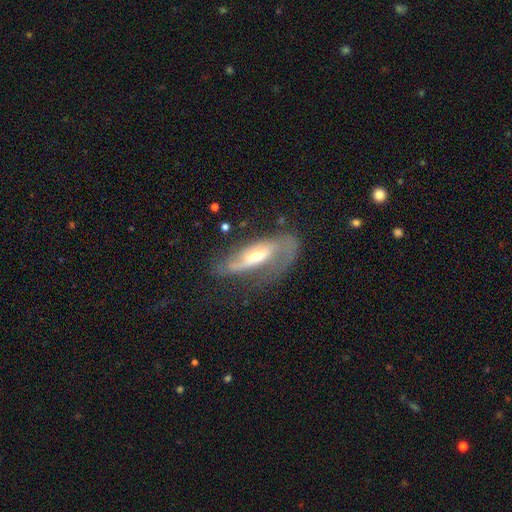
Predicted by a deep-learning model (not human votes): Smooth or featured? Predicted: featured or disk (p=0.76). Edge-on disk? Predicted: no (p=0.84). Bar? Predicted: weak (p=0.38, tied with no). Spiral arms? Predicted: yes (p=0.87). Spiral winding? Predicted: loose (p=0.43). Spiral arm count? Predicted: 2 (p=0.67). Bulge size? Predicted: moderate (p=0.63). Merging? Predicted: none (p=0.52).